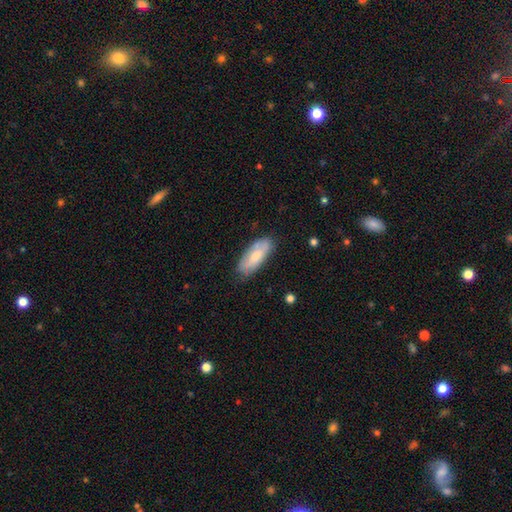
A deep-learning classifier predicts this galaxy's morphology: smooth_or_featured: smooth (p=0.68) [alt: featured or disk p=0.26]
how_rounded: in between (p=0.75) [alt: cigar-shaped p=0.23]
merging: none (p=0.73) [alt: minor disturbance p=0.20]